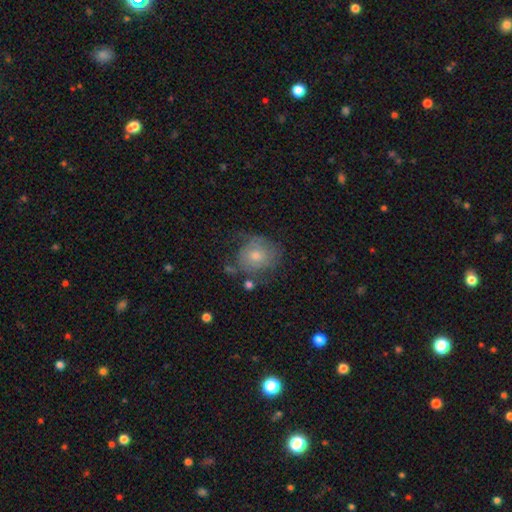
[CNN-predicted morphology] smooth-or-featured: smooth: 50% | featured or disk: 39% | star or artifact: 12%
  merging: none: 57% | minor disturbance: 25% | major disturbance: 14% | merger: 4%